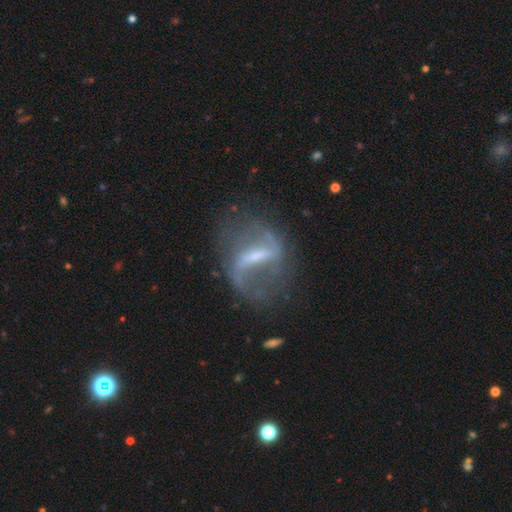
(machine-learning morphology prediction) Smooth or featured? Predicted: featured or disk (p=0.80). Edge-on disk? Predicted: no (p=0.93). Bar? Predicted: strong (p=0.60). Spiral arms? Predicted: yes (p=0.79). Spiral winding? Predicted: loose (p=0.64). Spiral arm count? Predicted: 2 (p=0.80). Bulge size? Predicted: small (p=0.38). Merging? Predicted: none (p=0.59).